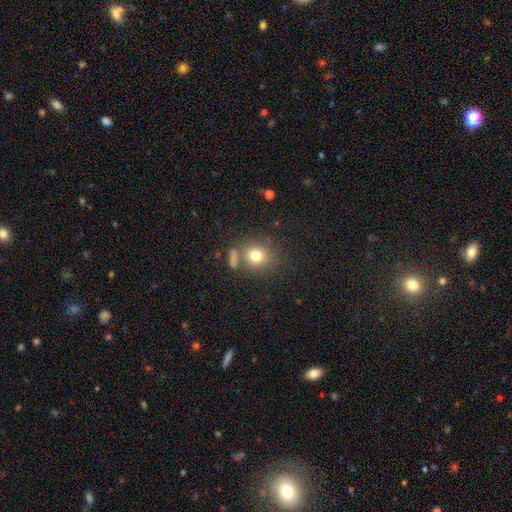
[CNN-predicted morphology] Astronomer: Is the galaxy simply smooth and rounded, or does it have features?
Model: smooth — 77%.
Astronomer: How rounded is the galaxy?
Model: round — 78%.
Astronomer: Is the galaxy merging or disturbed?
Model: none — 68%.